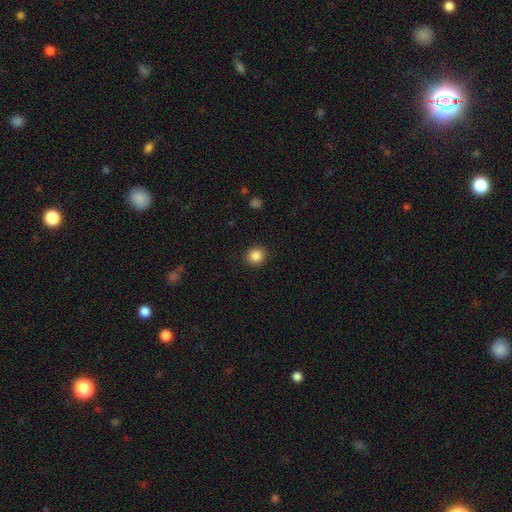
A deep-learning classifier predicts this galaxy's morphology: type=smooth (86%); roundness=round (90%); merging=none (91%).